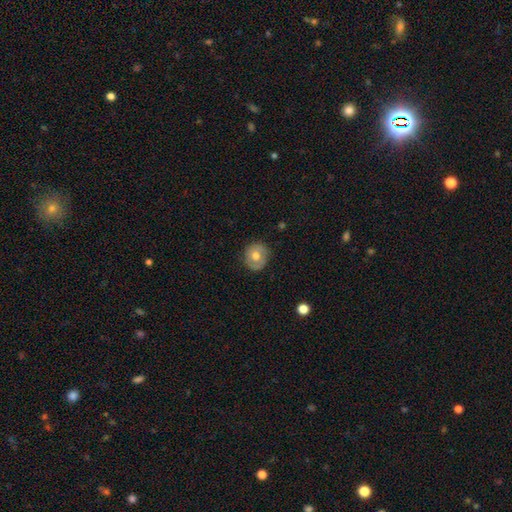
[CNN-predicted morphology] Smooth or featured? smooth (61%)
How rounded? round (83%)
Merging? none (81%)